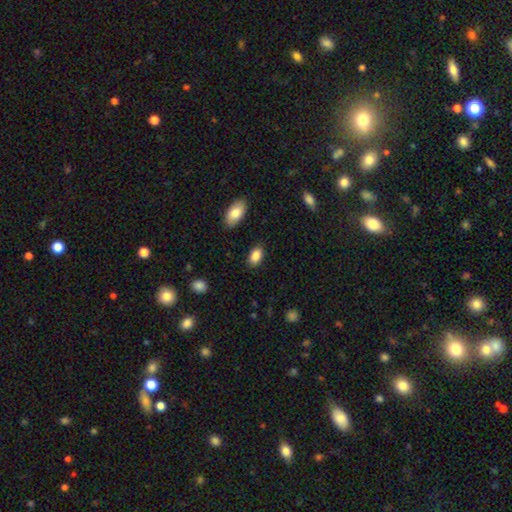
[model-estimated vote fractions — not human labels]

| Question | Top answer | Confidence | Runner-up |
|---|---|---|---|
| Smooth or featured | smooth | 88% | star or artifact (8%) |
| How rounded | in between | 92% | round (6%) |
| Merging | none | 86% | minor disturbance (10%) |